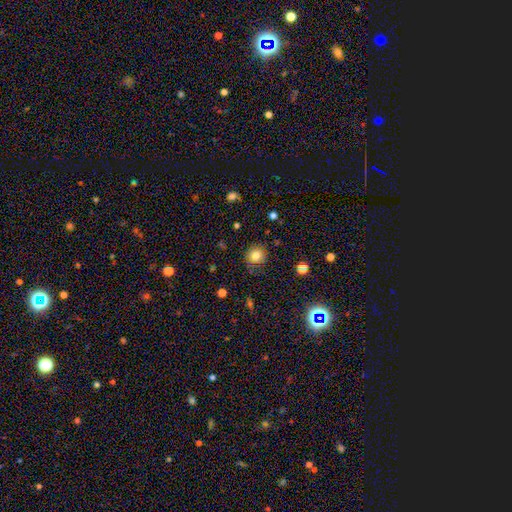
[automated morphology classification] Q: Smooth or featured?
A: smooth (80%); runner-up: star or artifact (13%)
Q: How rounded?
A: round (86%); runner-up: in between (14%)
Q: Merging?
A: none (84%); runner-up: minor disturbance (11%)